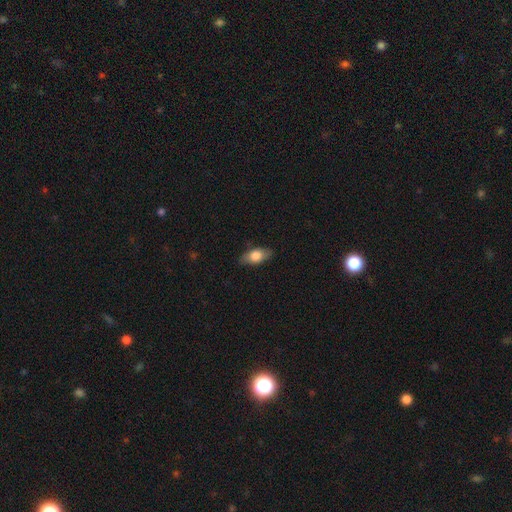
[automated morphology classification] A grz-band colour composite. It shows a smooth galaxy with no disk features (72%) that is in between round and cigar-shaped (85%). Merging: none (83%).